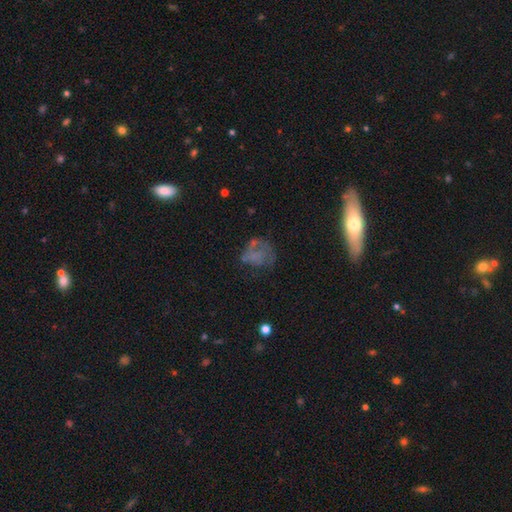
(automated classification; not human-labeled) Smooth or featured? smooth (44%)
Merging? none (44%)